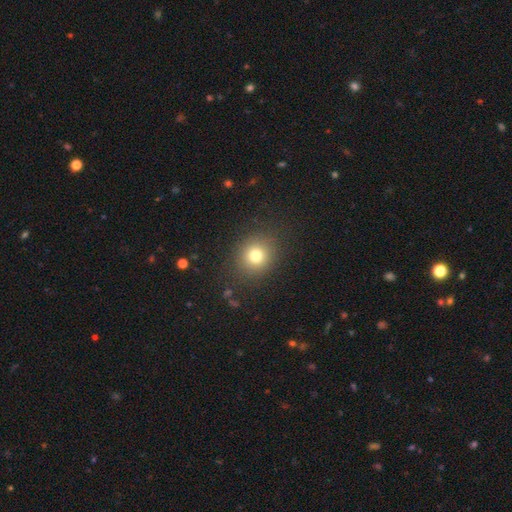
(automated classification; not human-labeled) Morphology: type=smooth (77%); roundness=round (81%); merging=none (86%).